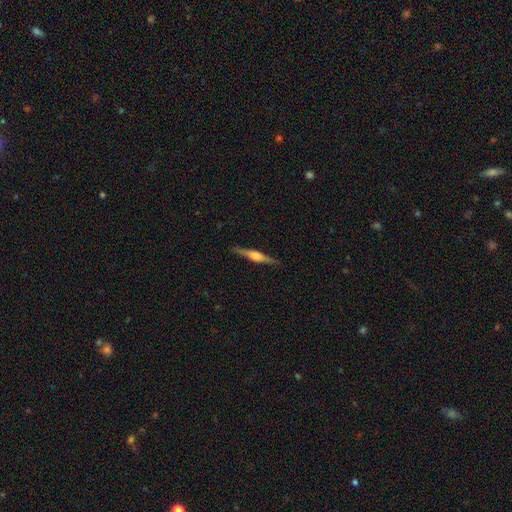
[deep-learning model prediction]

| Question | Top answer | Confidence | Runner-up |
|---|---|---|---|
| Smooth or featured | featured or disk | 71% | smooth (23%) |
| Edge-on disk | yes | 98% | no (2%) |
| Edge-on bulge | rounded | 81% | boxy (15%) |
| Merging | none | 89% | minor disturbance (8%) |